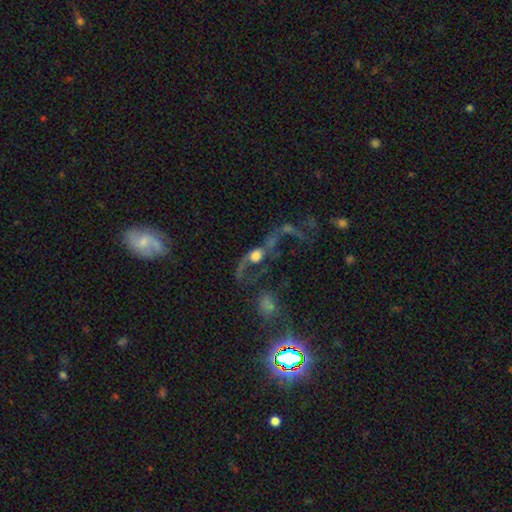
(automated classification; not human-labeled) This appears to be a featured or disk galaxy (58%). Merging: major disturbance (36%).